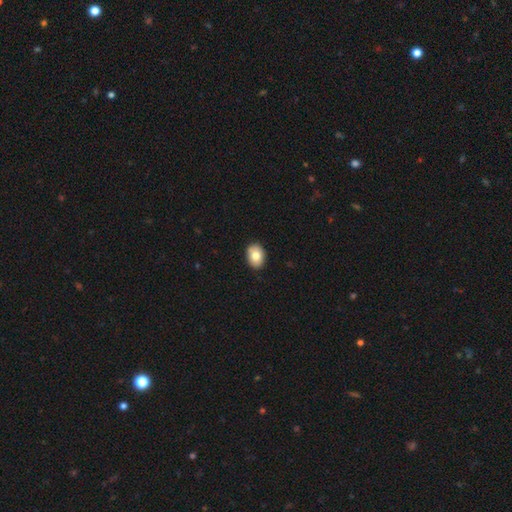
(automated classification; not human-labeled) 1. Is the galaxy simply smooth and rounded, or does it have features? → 81% smooth, 12% featured or disk, 7% star or artifact.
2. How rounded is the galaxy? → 74% in between, 25% round, 1% cigar-shaped.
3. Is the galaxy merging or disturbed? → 90% none, 8% minor disturbance, 2% major disturbance, 1% merger.